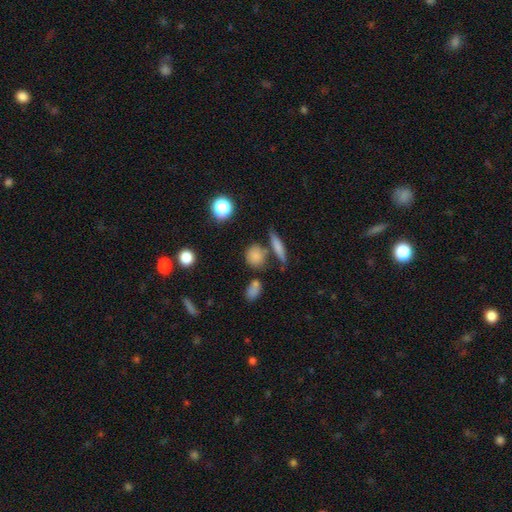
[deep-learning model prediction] smooth-or-featured: smooth: 78% | star or artifact: 12% | featured or disk: 10%
  how-rounded: round: 67% | in between: 27% | cigar-shaped: 6%
  merging: none: 66% | merger: 16% | minor disturbance: 13% | major disturbance: 5%